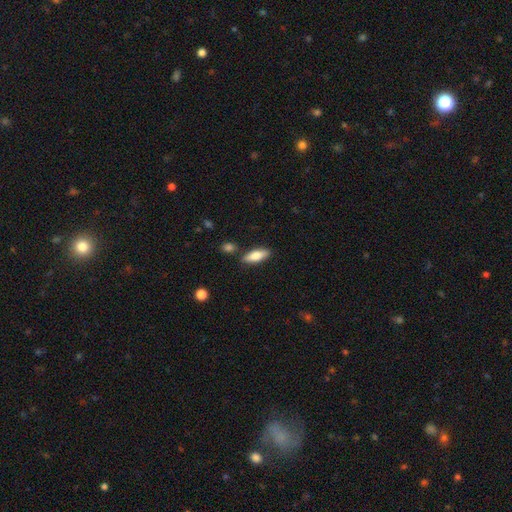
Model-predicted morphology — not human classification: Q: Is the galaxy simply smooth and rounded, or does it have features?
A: smooth — 75%.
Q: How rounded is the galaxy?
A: in between — 63%.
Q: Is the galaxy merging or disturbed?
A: none — 82%.